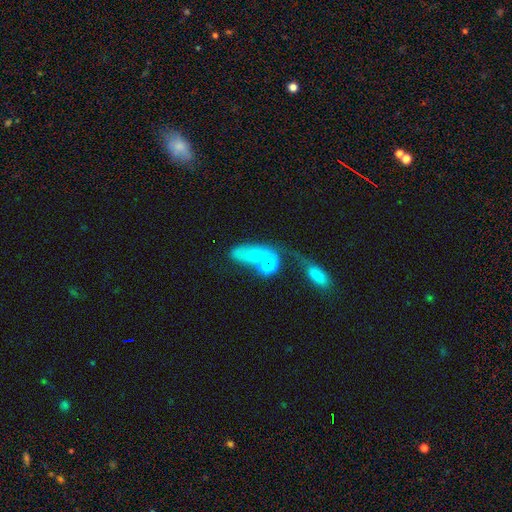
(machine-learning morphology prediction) Smooth or featured? smooth (51%)
How rounded? in between (68%)
Merging? merger (43%)